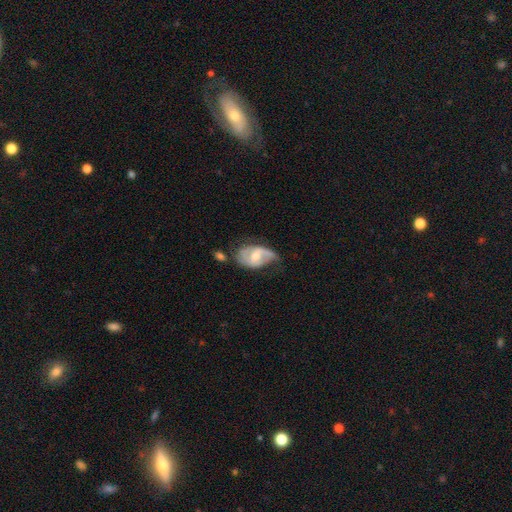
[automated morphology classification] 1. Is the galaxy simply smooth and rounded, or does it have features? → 68% featured or disk, 27% smooth, 6% star or artifact.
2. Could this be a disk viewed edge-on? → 96% no, 4% yes.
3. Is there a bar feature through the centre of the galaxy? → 49% no, 42% weak, 9% strong.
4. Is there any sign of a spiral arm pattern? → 80% yes, 20% no.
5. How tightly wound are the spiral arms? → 41% medium, 36% loose, 24% tight.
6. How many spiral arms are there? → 59% 2, 19% 1, 17% can't tell, 3% 3, 1% 4, 1% more than 4.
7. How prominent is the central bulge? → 63% moderate, 30% small, 4% large, 2% none, 1% dominant.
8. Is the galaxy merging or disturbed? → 36% minor disturbance, 35% none, 23% major disturbance, 6% merger.